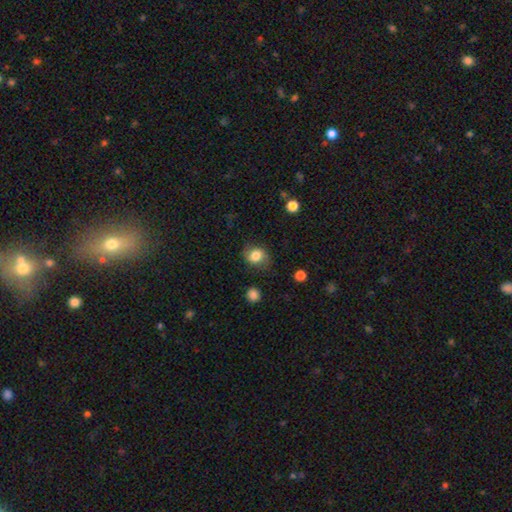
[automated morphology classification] Overall: smooth (78%). How rounded: round (59%; in between 40%). Merging: none (75%).